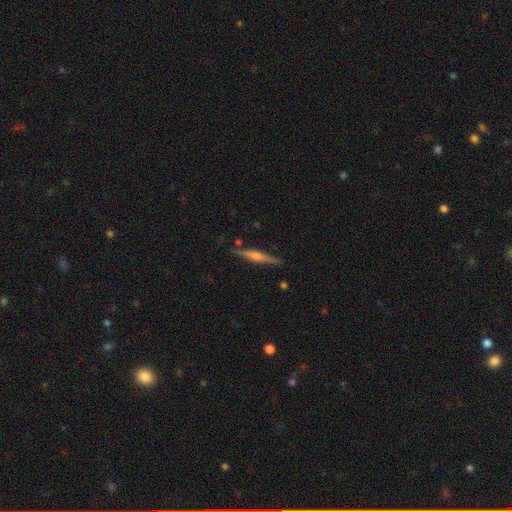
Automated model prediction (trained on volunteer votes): The model was most divided on "smooth or featured": featured or disk: 73%, smooth: 21%, star or artifact: 6%. More confident: edge-on disk — yes (98%); merging — none (89%); edge-on bulge — rounded (76%).